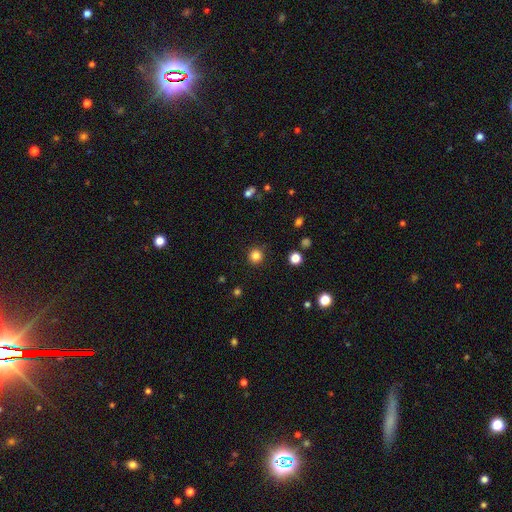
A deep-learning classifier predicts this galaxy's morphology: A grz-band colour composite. It shows a smooth galaxy with no disk features (83%) that is round (94%). Merging: none (91%).